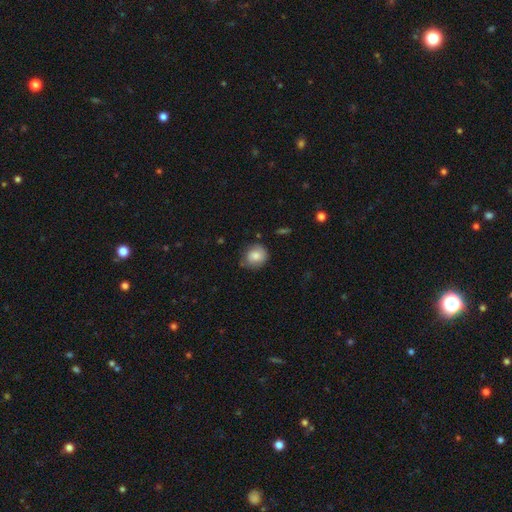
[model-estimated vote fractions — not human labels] Smooth or featured?
  - smooth: 77% *
  - featured or disk: 15%
  - star or artifact: 8%
How rounded?
  - round: 76% *
  - in between: 23%
  - cigar-shaped: 1%
Merging?
  - none: 70% *
  - minor disturbance: 23%
  - major disturbance: 5%
  - merger: 2%